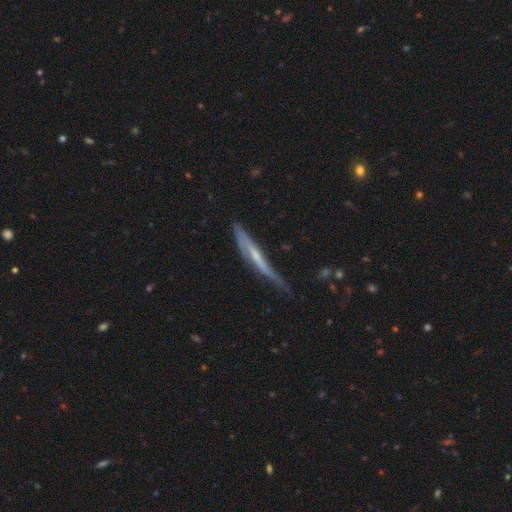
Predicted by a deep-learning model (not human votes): featured or disk 61%, smooth 32%, star or artifact 7%. Down the decision tree: edge-on disk — yes (83%); edge-on bulge — none (56%); merging — none (49%).